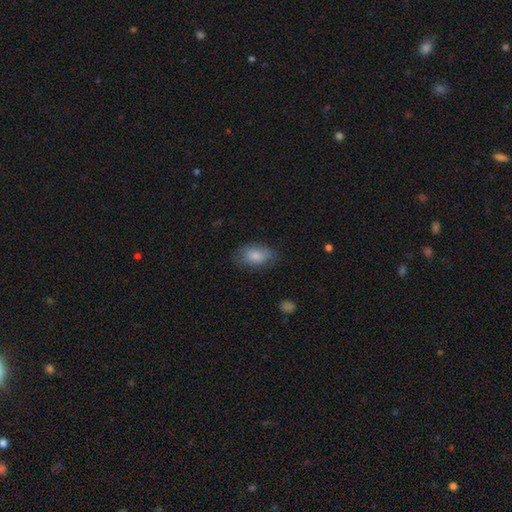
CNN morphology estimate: This appears to be a smooth galaxy with no disk features (82%) that is in between round and cigar-shaped (89%). Merging: none (74%).